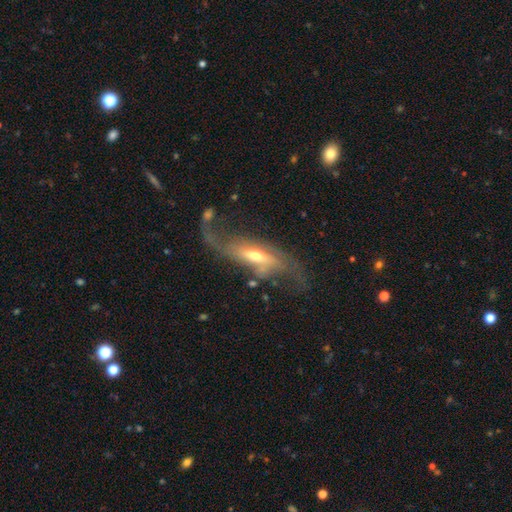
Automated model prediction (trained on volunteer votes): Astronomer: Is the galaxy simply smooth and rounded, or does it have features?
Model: featured or disk — 75%.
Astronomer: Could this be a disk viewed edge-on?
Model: no — 77%.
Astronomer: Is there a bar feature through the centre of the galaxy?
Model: weak — 36% (runner-up: no, 35%).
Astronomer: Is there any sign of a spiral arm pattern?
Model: yes — 84%.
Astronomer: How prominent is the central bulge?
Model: moderate — 57% (runner-up: small, 33%).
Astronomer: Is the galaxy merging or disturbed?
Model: none — 39% (runner-up: major disturbance, 34%).